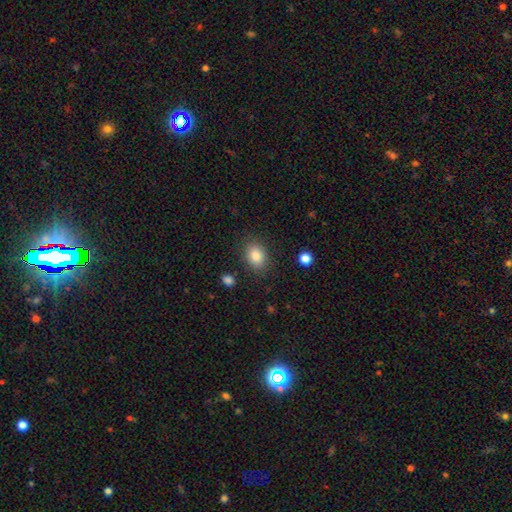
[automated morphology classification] Overall: smooth (85%). How rounded: in between (70%). Merging: none (83%).